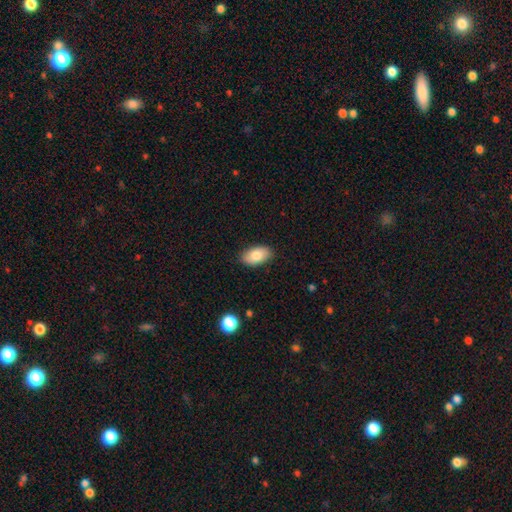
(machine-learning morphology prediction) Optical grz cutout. It shows a smooth galaxy with no disk features (83%) that is in between round and cigar-shaped (94%). Merging: none (87%).